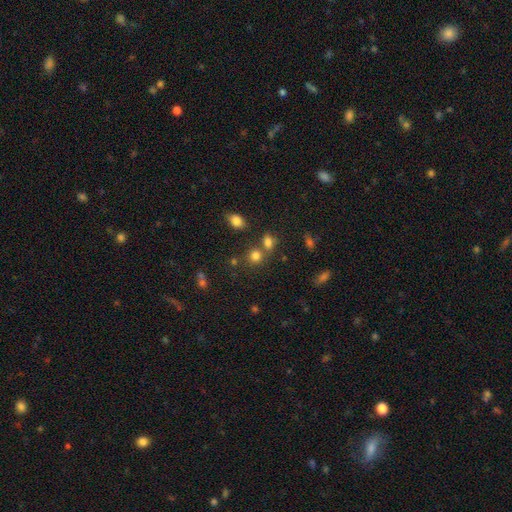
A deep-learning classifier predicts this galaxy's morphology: Q: Smooth or featured?
A: smooth (78%); runner-up: star or artifact (16%)
Q: How rounded?
A: round (77%); runner-up: in between (21%)
Q: Merging?
A: none (64%); runner-up: merger (22%)